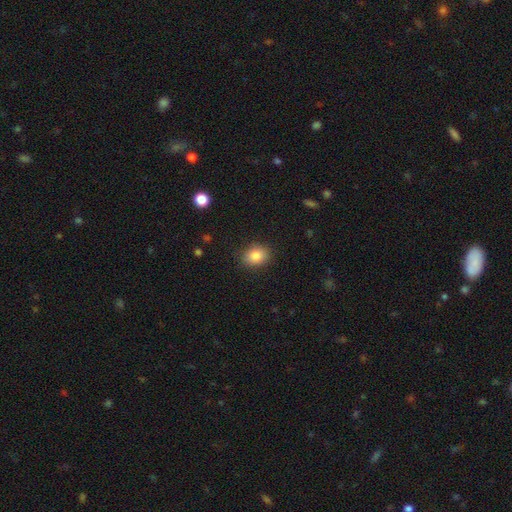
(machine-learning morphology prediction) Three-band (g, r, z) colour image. It shows a smooth galaxy with no disk features (85%) that is in between round and cigar-shaped (57%). Merging: none (86%).